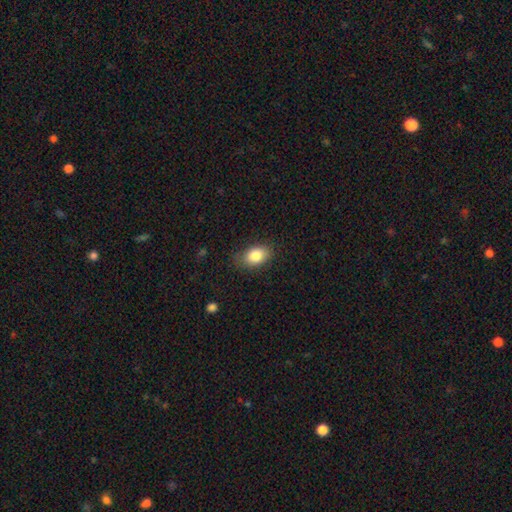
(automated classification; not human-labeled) The model was most divided on "merging": none: 79%, minor disturbance: 16%, major disturbance: 4%, merger: 1%. More confident: how rounded — in between (86%); smooth or featured — smooth (83%).